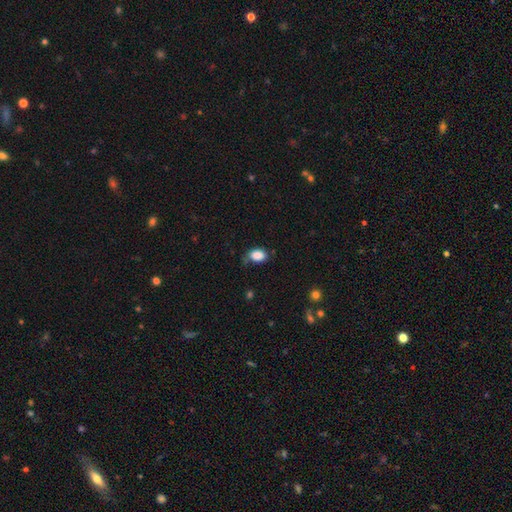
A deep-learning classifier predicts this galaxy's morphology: This is clearly a smooth galaxy (87%). How rounded: clearly in between (81%). Merging: likely none (61%).